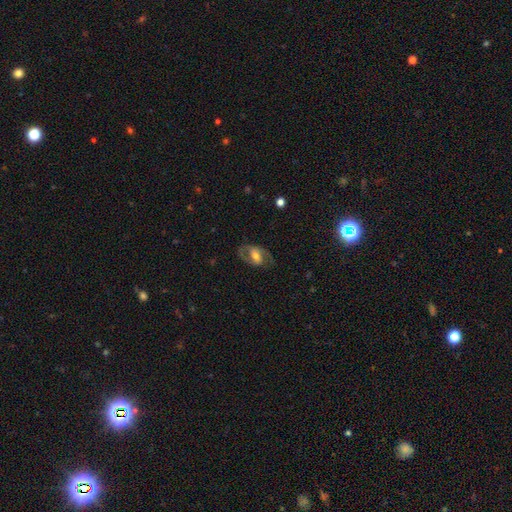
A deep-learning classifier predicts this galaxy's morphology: smooth_or_featured: featured or disk (p=0.70) [alt: smooth p=0.23]
disk_edge_on: no (p=0.94) [alt: yes p=0.06]
bar: weak (p=0.40) [alt: strong p=0.31]
has_spiral_arms: yes (p=0.79) [alt: no p=0.21]
spiral_winding: medium (p=0.52) [alt: loose p=0.25]
spiral_arm_count: 2 (p=0.85) [alt: can't tell p=0.08]
bulge_size: moderate (p=0.56) [alt: small p=0.26]
merging: none (p=0.74) [alt: minor disturbance p=0.15]